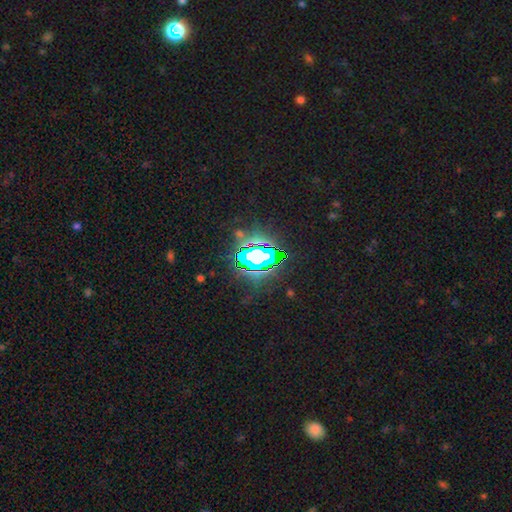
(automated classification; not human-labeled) Overall: star or artifact (72%).